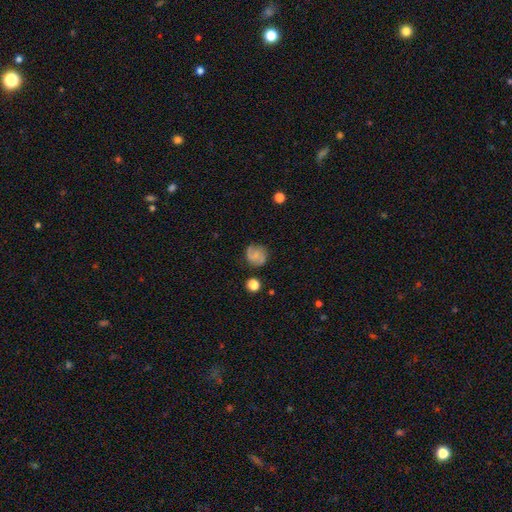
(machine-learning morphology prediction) This appears to be a smooth galaxy with no disk features (52%) that is round (82%). Merging: none (76%).